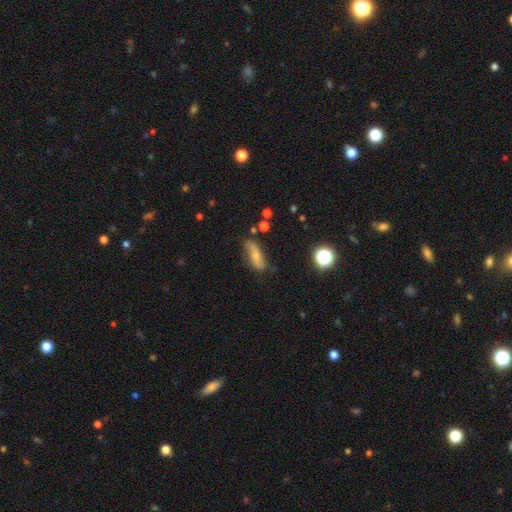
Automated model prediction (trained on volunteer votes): This is possibly a smooth galaxy (49%). Merging: likely none (62%).